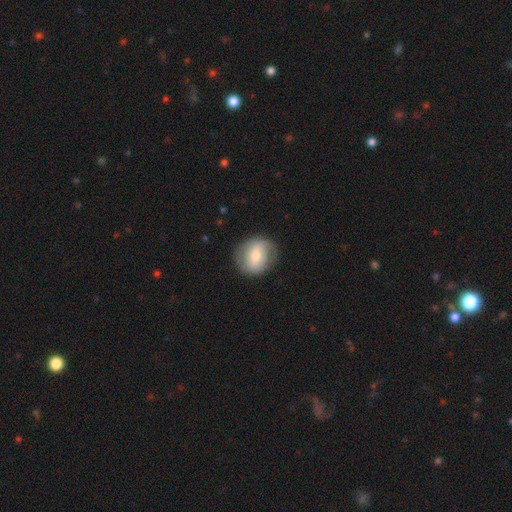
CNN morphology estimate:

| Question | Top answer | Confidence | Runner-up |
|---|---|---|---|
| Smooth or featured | smooth | 47% | featured or disk (46%) |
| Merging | none | 80% | minor disturbance (14%) |